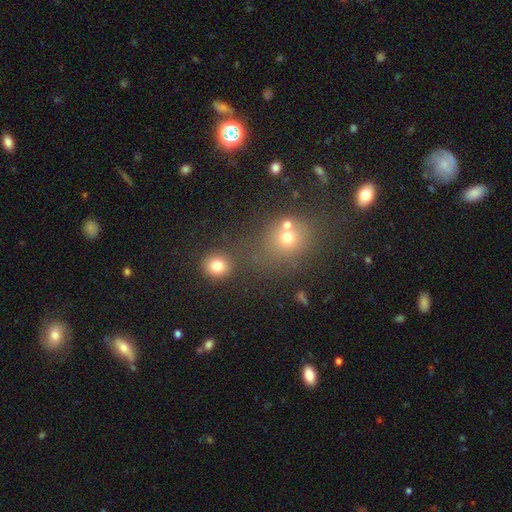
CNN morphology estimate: The model was most divided on "smooth or featured": smooth: 48%, star or artifact: 41%, featured or disk: 10%. More confident: merging — none (65%).